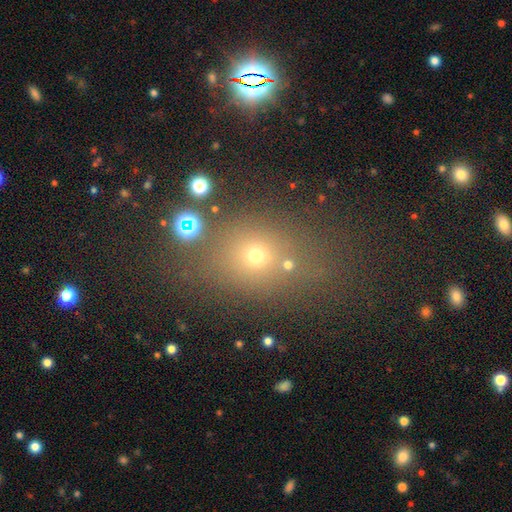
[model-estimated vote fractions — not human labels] The model was most divided on "how rounded": round: 54%, in between: 43%, cigar-shaped: 3%. More confident: merging — none (70%); smooth or featured — smooth (56%).